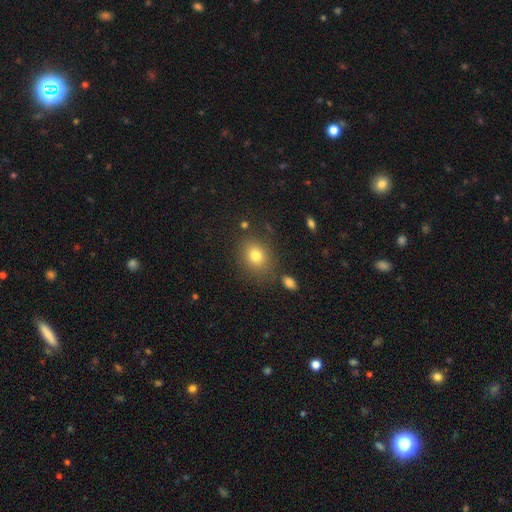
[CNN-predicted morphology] A smooth galaxy with no disk features (78%) that is round (52%). Merging: none (79%).